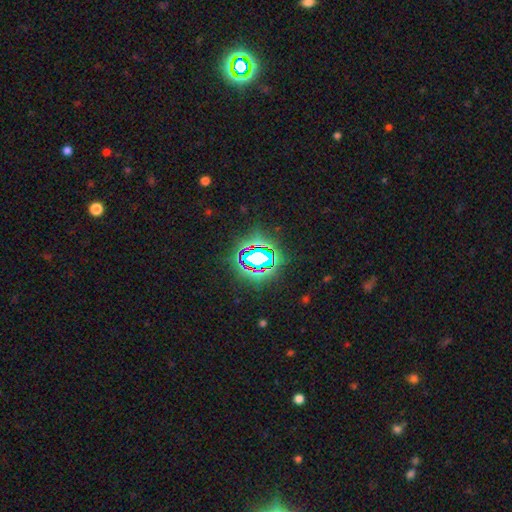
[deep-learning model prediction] Smooth or featured: star or artifact — 75% (smooth — 15%)